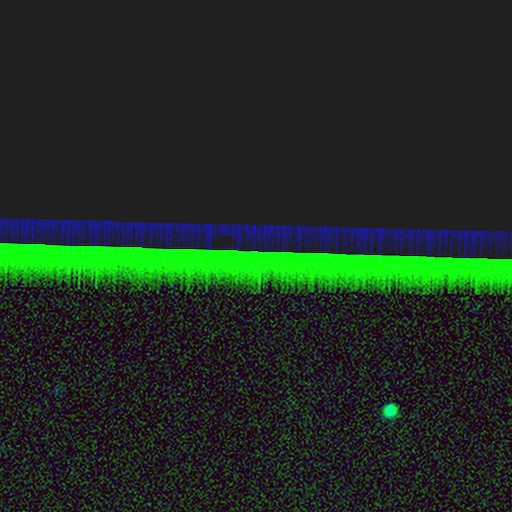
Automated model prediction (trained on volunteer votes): star or artifact 87%, featured or disk 7%, smooth 6%.